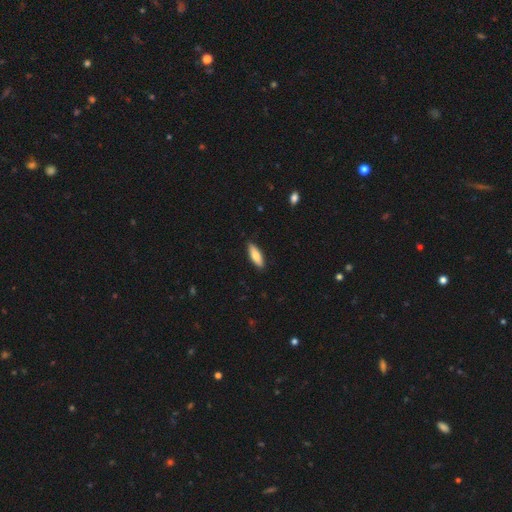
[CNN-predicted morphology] This is likely a smooth galaxy (78%). How rounded: possibly in between (57%). Merging: clearly none (88%).